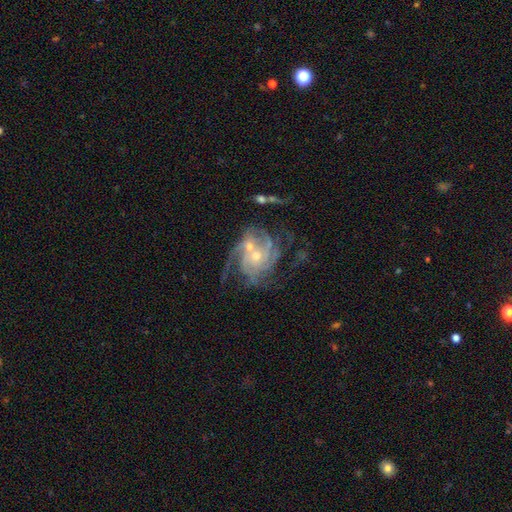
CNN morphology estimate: This is clearly a featured or disk galaxy (87%). It is clearly not viewed edge-on (98%). Bar: likely no (69%). Spiral arm pattern: clearly yes (97%). Spiral arm count: marginally 3 (28%). Spiral winding: possibly tight (53%). Central bulge: possibly small (58%). Merging: possibly none (50%).